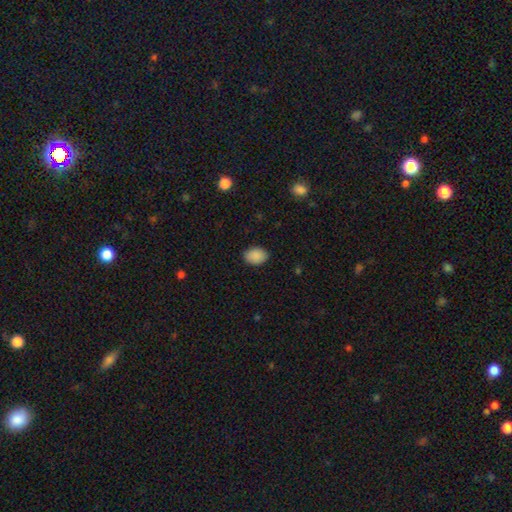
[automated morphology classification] Overall: smooth (90%). How rounded: in between (76%). Merging: none (87%).